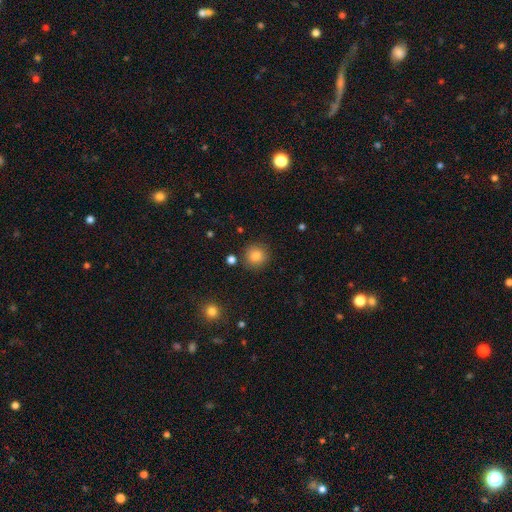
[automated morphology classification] smooth_or_featured: smooth (p=0.85) [alt: star or artifact p=0.11]
how_rounded: round (p=0.91) [alt: in between p=0.08]
merging: none (p=0.85) [alt: minor disturbance p=0.09]